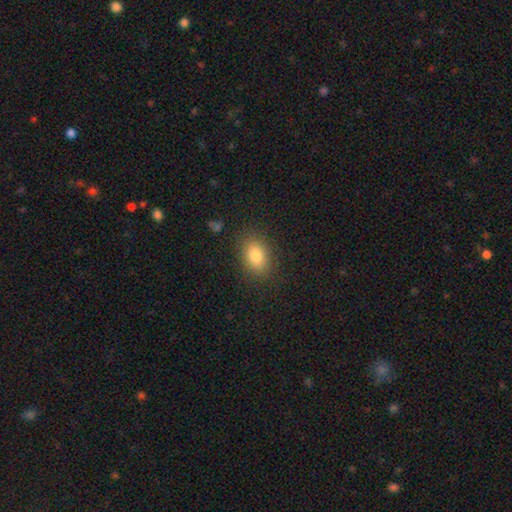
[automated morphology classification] Smooth or featured? smooth (83%)
How rounded? in between (81%)
Merging? none (86%)